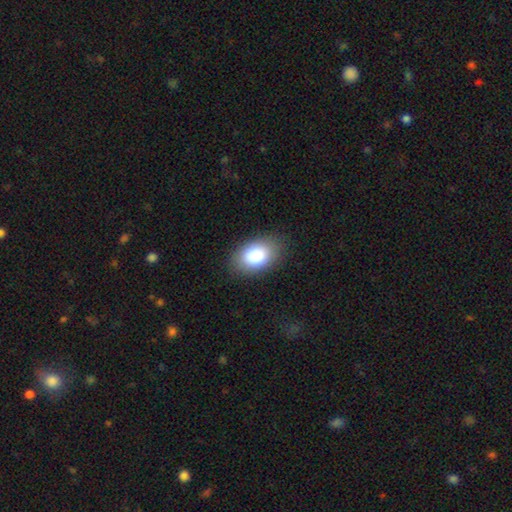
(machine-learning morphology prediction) smooth-or-featured: smooth: 86% | star or artifact: 7% | featured or disk: 7%
  how-rounded: in between: 88% | round: 11% | cigar-shaped: 1%
  merging: none: 86% | minor disturbance: 10% | major disturbance: 3% | merger: 1%